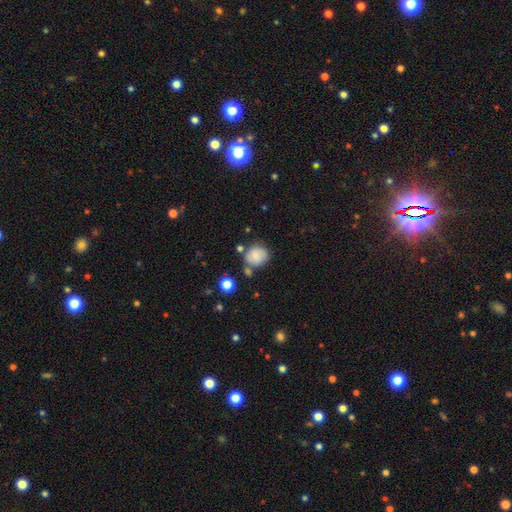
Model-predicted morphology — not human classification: A smooth galaxy with no disk features (75%) that is round (82%).

Vote fractions:
- Smooth or featured? smooth: 75% / featured or disk: 16% / star or artifact: 10%
- How rounded? round: 82% / in between: 17% / cigar-shaped: 1%
- Merging? none: 64% / minor disturbance: 18% / merger: 12% / major disturbance: 5%